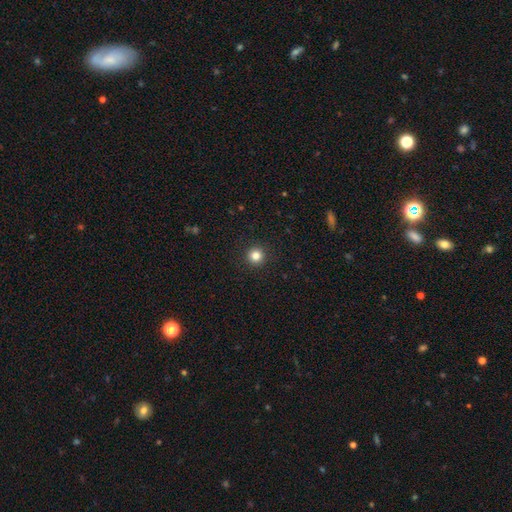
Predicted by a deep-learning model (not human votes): Smooth or featured? smooth (83%)
How rounded? round (95%)
Merging? none (93%)